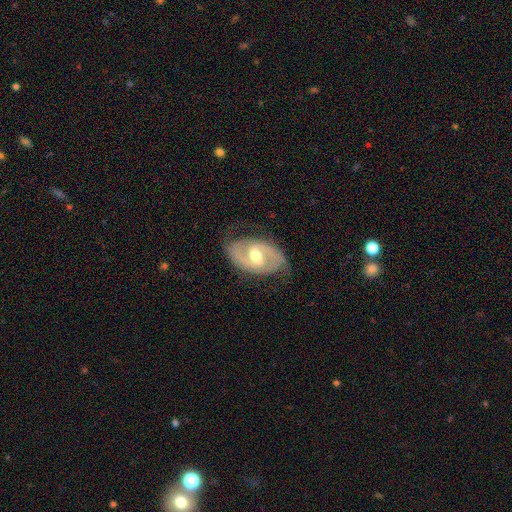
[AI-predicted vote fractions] featured or disk 80%, smooth 15%, star or artifact 5%. Down the decision tree: edge-on disk — no (95%); bar — weak (51%); spiral arms — yes (87%); spiral arm count — 2 (86%); spiral winding — medium (49%); bulge size — moderate (74%); merging — none (71%).